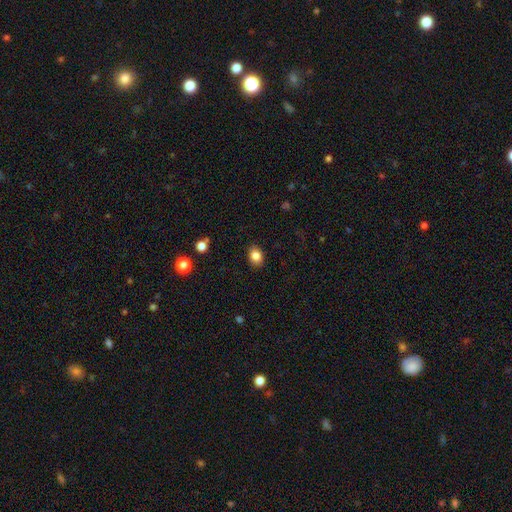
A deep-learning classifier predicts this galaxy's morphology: Smooth or featured?
  - smooth: 84% *
  - star or artifact: 10%
  - featured or disk: 6%
How rounded?
  - in between: 57% *
  - round: 42%
  - cigar-shaped: 1%
Merging?
  - none: 87% *
  - minor disturbance: 9%
  - major disturbance: 2%
  - merger: 1%